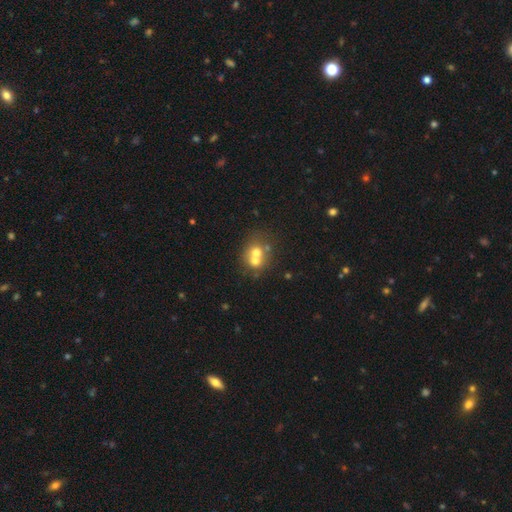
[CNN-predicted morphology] Q: Smooth or featured?
A: smooth (61%); runner-up: featured or disk (26%)
Q: How rounded?
A: round (73%); runner-up: in between (26%)
Q: Merging?
A: merger (61%); runner-up: none (30%)